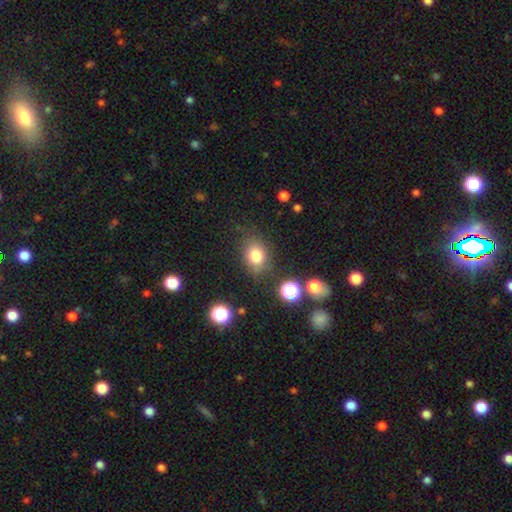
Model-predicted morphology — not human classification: This appears to be a smooth galaxy with no disk features (78%) that is in between round and cigar-shaped (53%). Merging: none (79%).